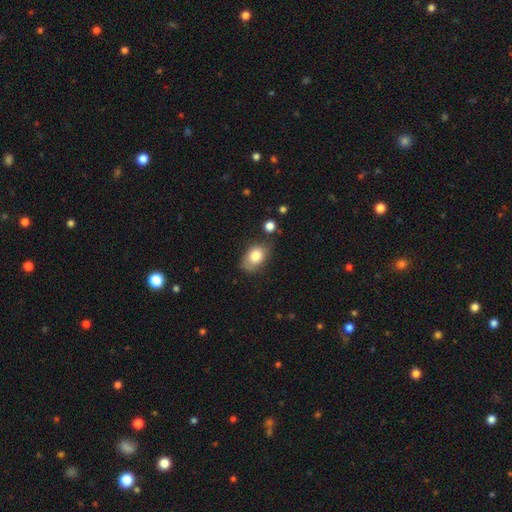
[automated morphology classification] A smooth galaxy with no disk features (81%) that is in between round and cigar-shaped (83%).

Vote fractions:
- Smooth or featured? smooth: 81% / featured or disk: 11% / star or artifact: 8%
- How rounded? in between: 83% / round: 16% / cigar-shaped: 1%
- Merging? none: 65% / minor disturbance: 24% / major disturbance: 6% / merger: 5%